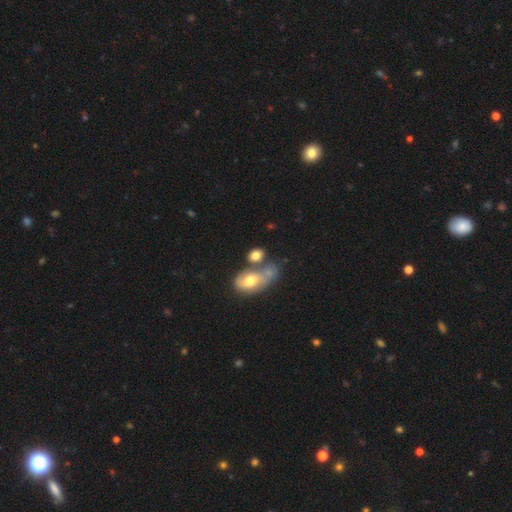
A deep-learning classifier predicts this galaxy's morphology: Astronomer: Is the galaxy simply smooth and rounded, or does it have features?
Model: smooth — 73%.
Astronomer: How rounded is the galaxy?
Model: in between — 69%.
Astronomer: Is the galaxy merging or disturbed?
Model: merger — 40% (runner-up: none, 39%).